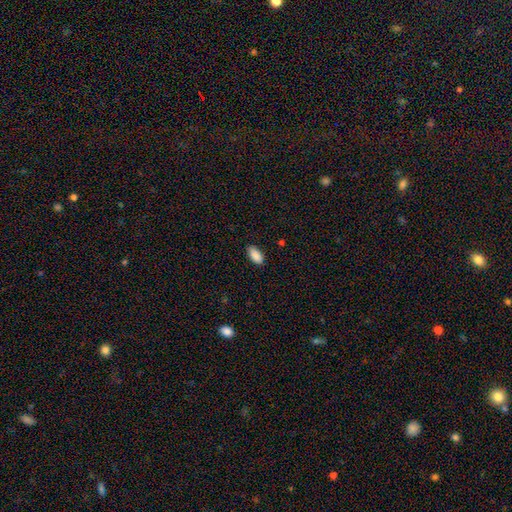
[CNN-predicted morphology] Q: Smooth or featured?
A: smooth (90%); runner-up: star or artifact (7%)
Q: How rounded?
A: in between (93%); runner-up: cigar-shaped (5%)
Q: Merging?
A: none (86%); runner-up: minor disturbance (11%)